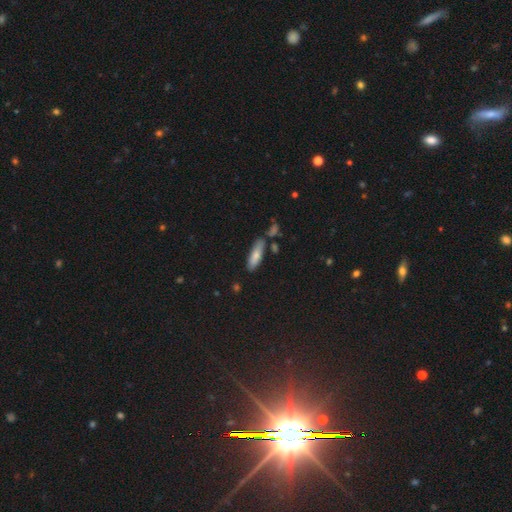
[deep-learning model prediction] smooth 77%, featured or disk 17%, star or artifact 7%. Down the decision tree: how rounded — cigar-shaped (50%); merging — none (73%).